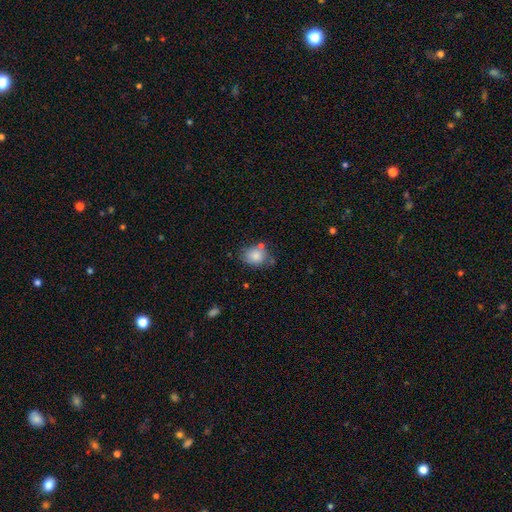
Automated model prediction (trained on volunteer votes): Q: Smooth or featured?
A: smooth (81%); runner-up: featured or disk (10%)
Q: How rounded?
A: in between (51%); runner-up: round (48%)
Q: Merging?
A: none (59%); runner-up: minor disturbance (23%)